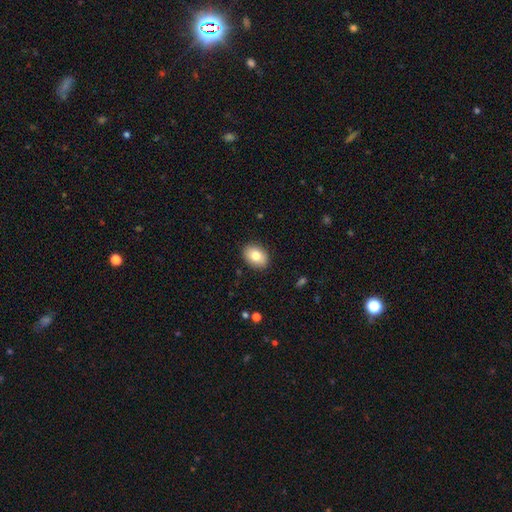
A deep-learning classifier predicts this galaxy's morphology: type=smooth (81%); roundness=in between (74%); merging=none (89%).